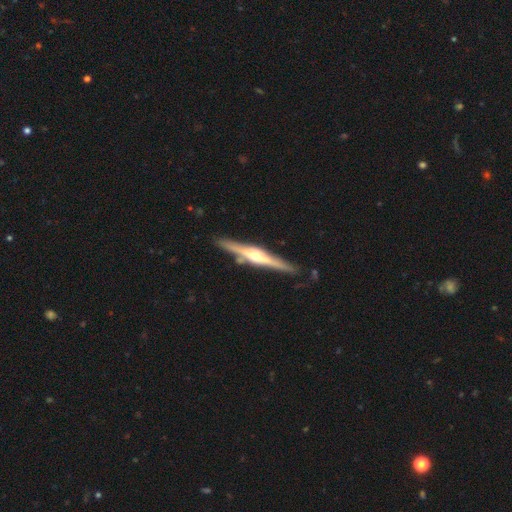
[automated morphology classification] A featured or disk galaxy (80%) viewed edge-on (98%) with a rounded central bulge (91%). Merging: none (86%).